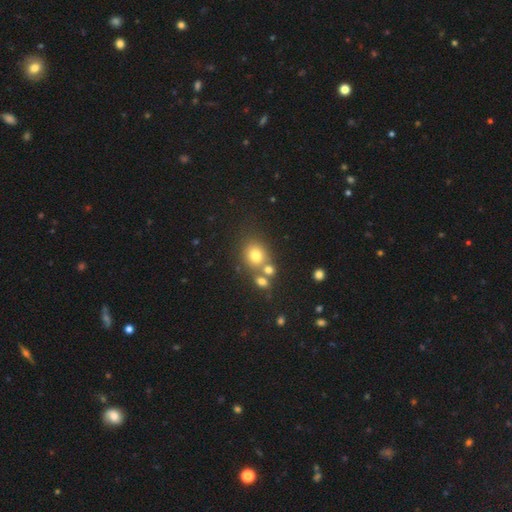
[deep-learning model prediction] smooth_or_featured: smooth (p=0.75) [alt: star or artifact p=0.14]
how_rounded: round (p=0.69) [alt: in between p=0.30]
merging: none (p=0.55) [alt: merger p=0.30]